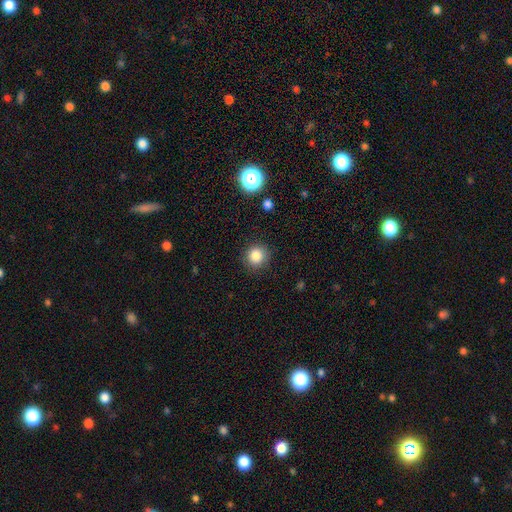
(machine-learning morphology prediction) type=smooth (84%); roundness=round (91%); merging=none (88%).